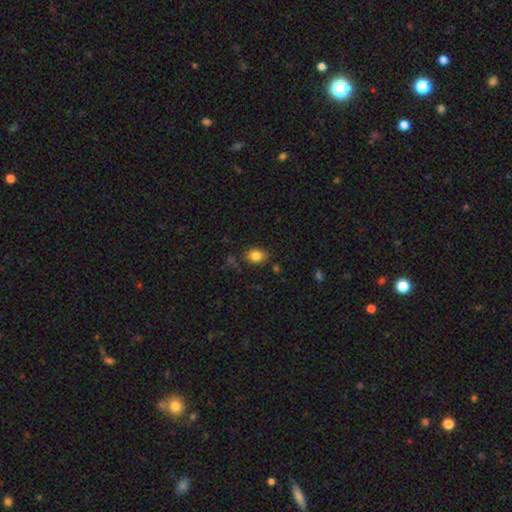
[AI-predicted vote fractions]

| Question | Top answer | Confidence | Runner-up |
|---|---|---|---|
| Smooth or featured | smooth | 83% | star or artifact (10%) |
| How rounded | in between | 68% | round (31%) |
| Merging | none | 79% | minor disturbance (14%) |